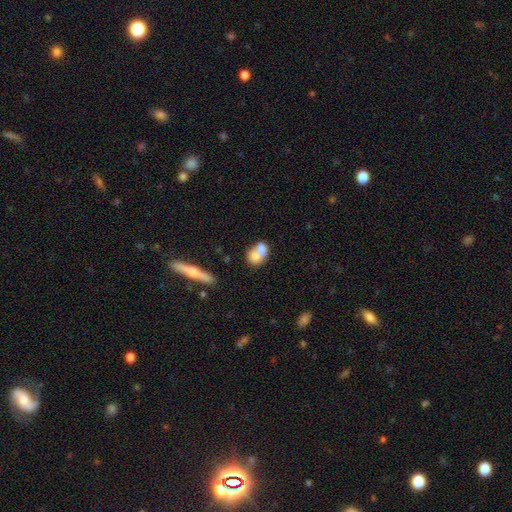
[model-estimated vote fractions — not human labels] Smooth or featured? smooth (68%)
How rounded? in between (58%)
Merging? merger (63%)